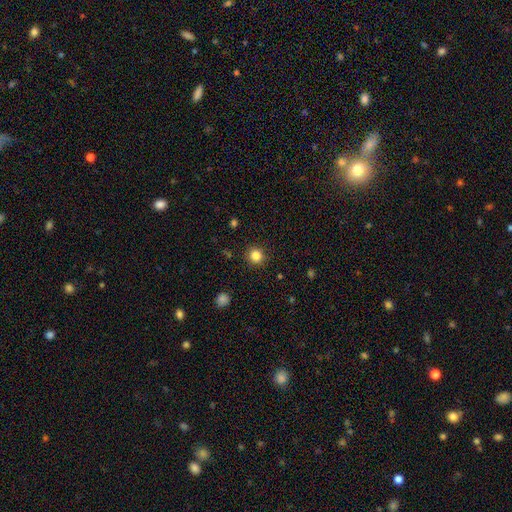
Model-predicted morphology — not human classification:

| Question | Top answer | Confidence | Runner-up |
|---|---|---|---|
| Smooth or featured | smooth | 83% | star or artifact (12%) |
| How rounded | round | 91% | in between (8%) |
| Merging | none | 91% | minor disturbance (6%) |